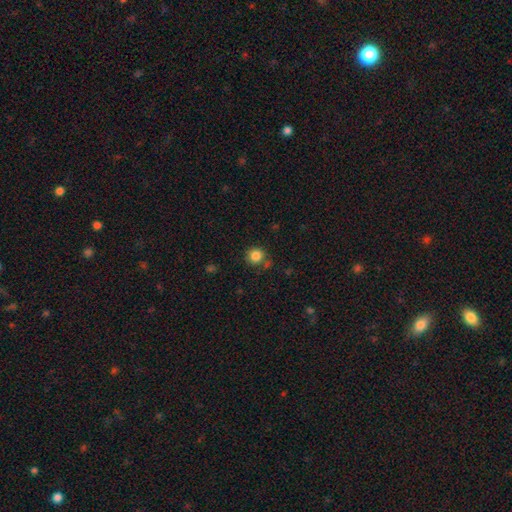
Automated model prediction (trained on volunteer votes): Smooth or featured? smooth (85%)
How rounded? round (91%)
Merging? none (76%)